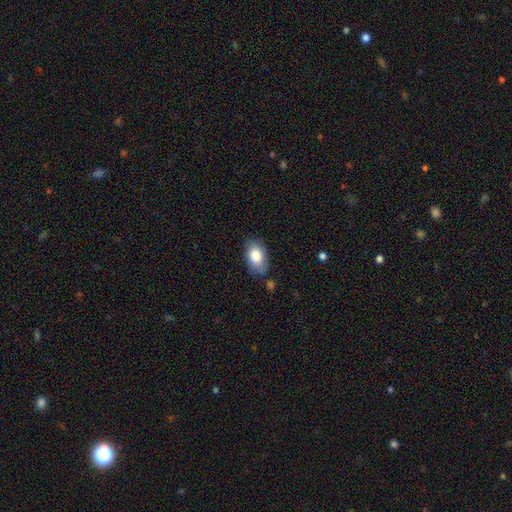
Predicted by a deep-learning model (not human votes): A smooth galaxy with no disk features (81%) that is in between round and cigar-shaped (89%).

Vote fractions:
- Smooth or featured? smooth: 81% / featured or disk: 12% / star or artifact: 7%
- How rounded? in between: 89% / round: 9% / cigar-shaped: 1%
- Merging? none: 69% / minor disturbance: 22% / major disturbance: 5% / merger: 3%